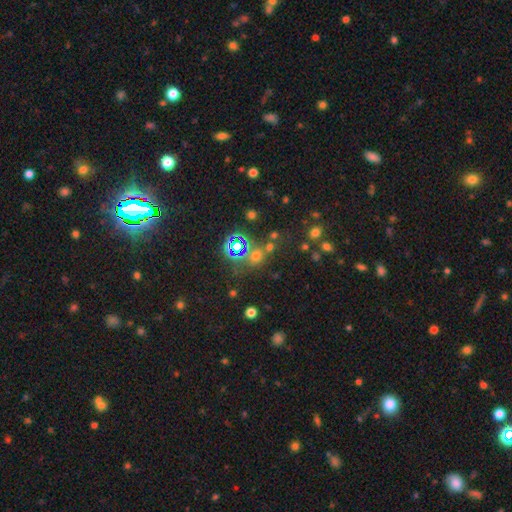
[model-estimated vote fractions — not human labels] Q: Smooth or featured?
A: star or artifact (46%); tied with: smooth (46%)